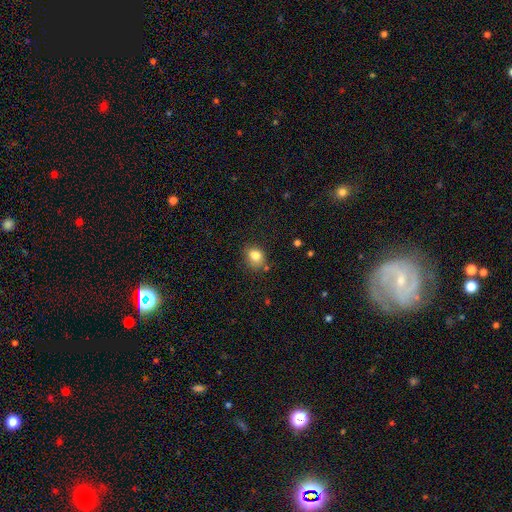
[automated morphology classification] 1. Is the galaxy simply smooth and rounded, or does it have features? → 83% smooth, 10% star or artifact, 7% featured or disk.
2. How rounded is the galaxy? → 59% round, 40% in between, 1% cigar-shaped.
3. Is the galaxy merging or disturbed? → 69% none, 21% minor disturbance, 5% major disturbance, 5% merger.